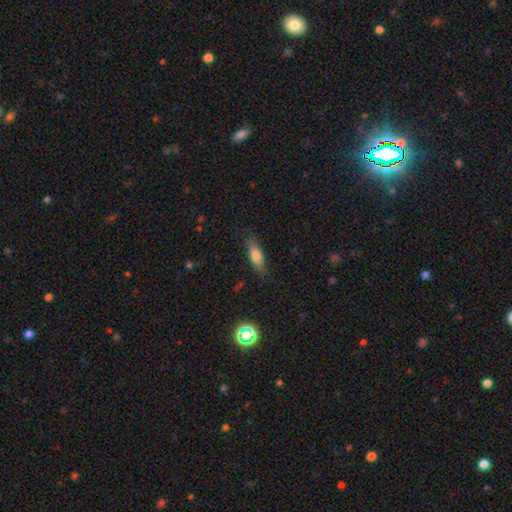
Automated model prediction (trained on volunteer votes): This appears to be a smooth galaxy with no disk features (73%) that is in between round and cigar-shaped (52%). Merging: none (82%).